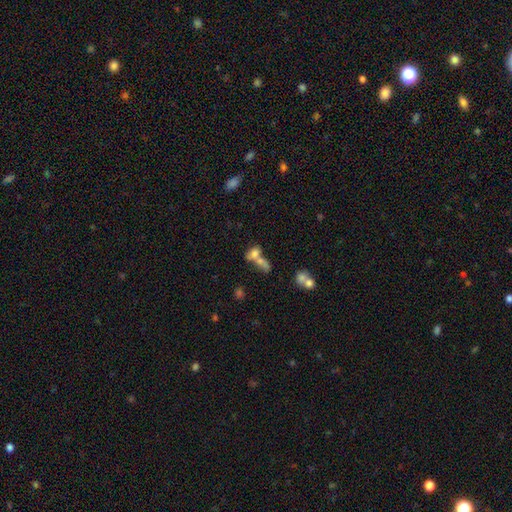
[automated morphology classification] smooth-or-featured: smooth: 69% | featured or disk: 18% | star or artifact: 13%
  how-rounded: in between: 74% | round: 19% | cigar-shaped: 7%
  merging: merger: 62% | none: 23% | minor disturbance: 8% | major disturbance: 7%